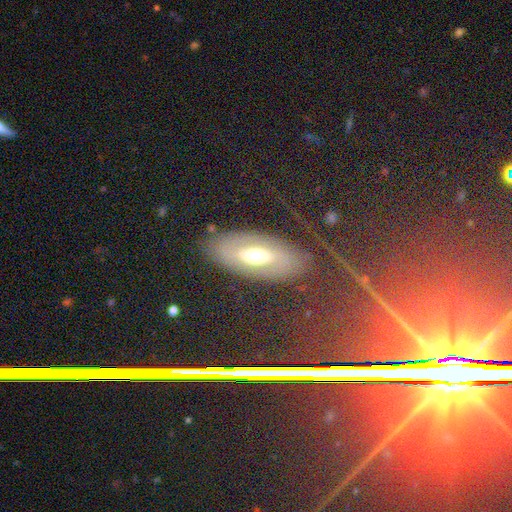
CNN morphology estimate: Smooth or featured? featured or disk (57%)
Edge-on disk? no (81%)
Merging? none (71%)